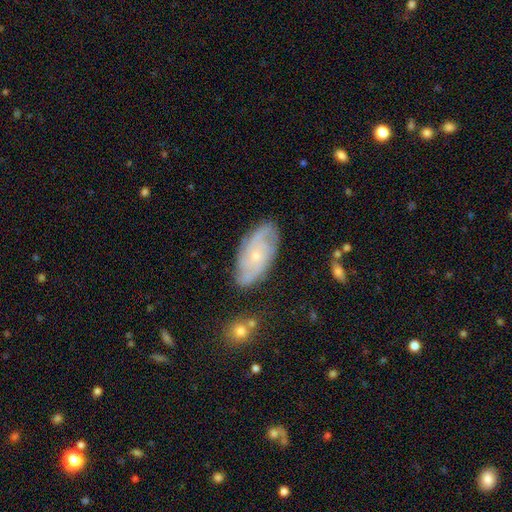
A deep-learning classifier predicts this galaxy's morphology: A featured or disk galaxy (73%) with no bar (77%), tight (52%) spiral arms (92%) and a small central bulge (79%). Merging: none (78%).